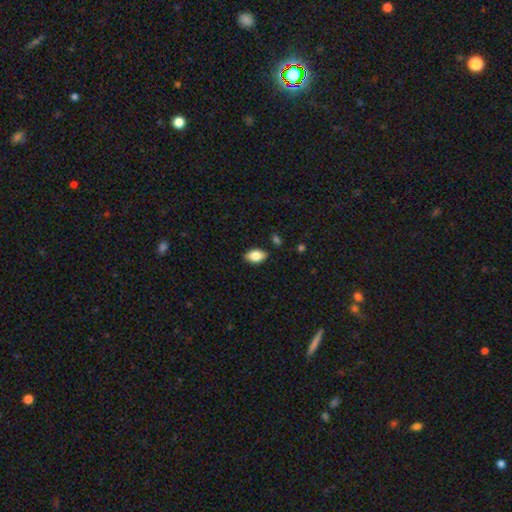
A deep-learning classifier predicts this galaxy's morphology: smooth-or-featured: smooth: 82% | featured or disk: 11% | star or artifact: 7%
  how-rounded: in between: 92% | round: 6% | cigar-shaped: 3%
  merging: none: 86% | minor disturbance: 10% | major disturbance: 2% | merger: 2%